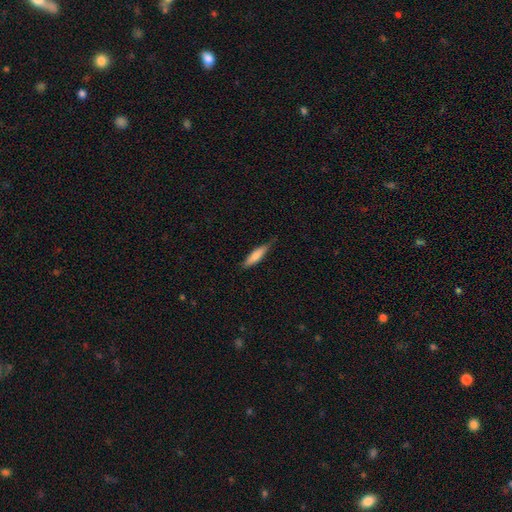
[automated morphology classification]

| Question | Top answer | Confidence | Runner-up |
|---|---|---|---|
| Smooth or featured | smooth | 74% | featured or disk (20%) |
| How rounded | cigar-shaped | 77% | in between (22%) |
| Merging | none | 69% | minor disturbance (26%) |